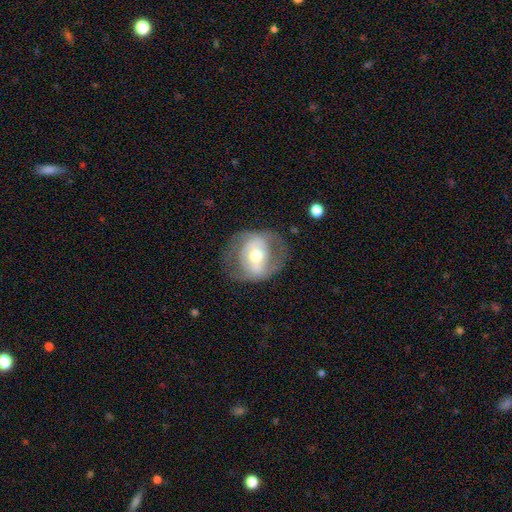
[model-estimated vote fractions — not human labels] Overall: featured or disk (64%; smooth 30%). Edge-on disk: no (95%). Bar: no (43%; weak 35%). Spiral arms: yes (56%; no 44%). Bulge size: moderate (71%). Merging: none (61%).